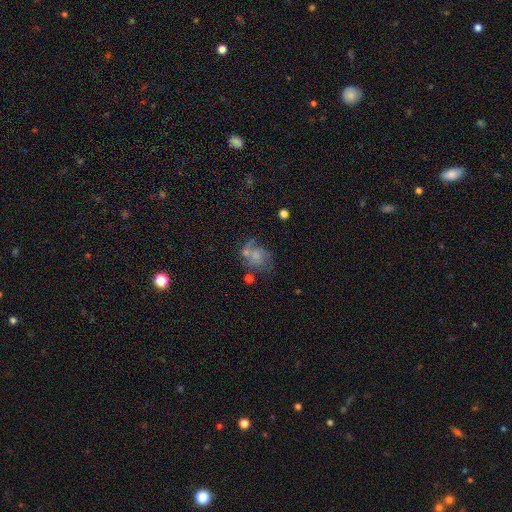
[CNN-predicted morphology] Smooth or featured? Predicted: featured or disk (p=0.53). Edge-on disk? Predicted: no (p=0.98). Bar? Predicted: no (p=0.77). Spiral arms? Predicted: yes (p=0.66). Bulge size? Predicted: none (p=0.38). Merging? Predicted: none (p=0.38).